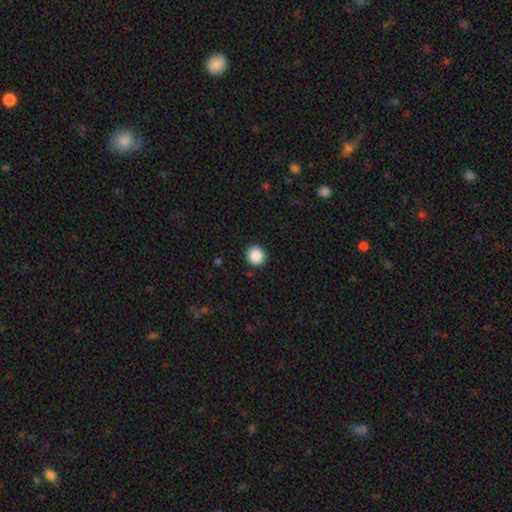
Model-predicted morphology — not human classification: Smooth or featured? smooth (89%)
How rounded? round (92%)
Merging? none (92%)